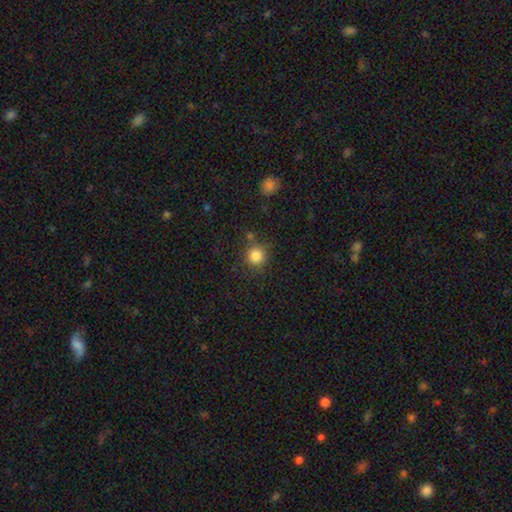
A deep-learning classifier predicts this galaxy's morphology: Q: Smooth or featured?
A: smooth (84%); runner-up: star or artifact (11%)
Q: How rounded?
A: round (92%); runner-up: in between (7%)
Q: Merging?
A: none (80%); runner-up: minor disturbance (11%)